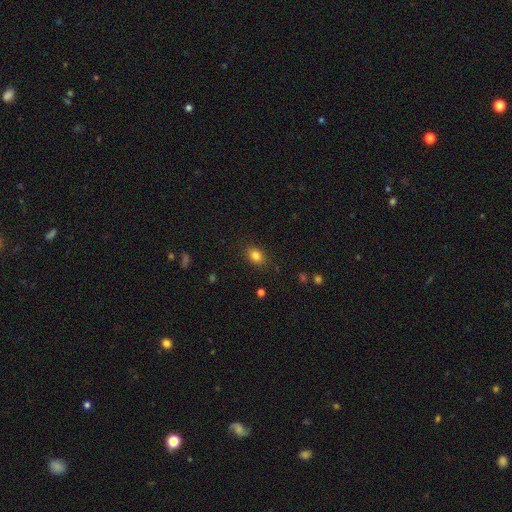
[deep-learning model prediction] Smooth or featured? Predicted: smooth (p=0.83). How rounded? Predicted: in between (p=0.71). Merging? Predicted: none (p=0.86).